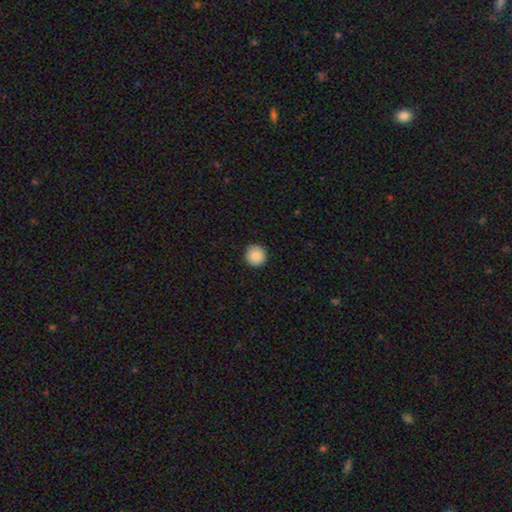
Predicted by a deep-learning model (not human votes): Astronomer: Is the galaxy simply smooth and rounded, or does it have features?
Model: smooth — 89%.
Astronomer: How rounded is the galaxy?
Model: round — 94%.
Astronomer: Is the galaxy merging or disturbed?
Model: none — 91%.